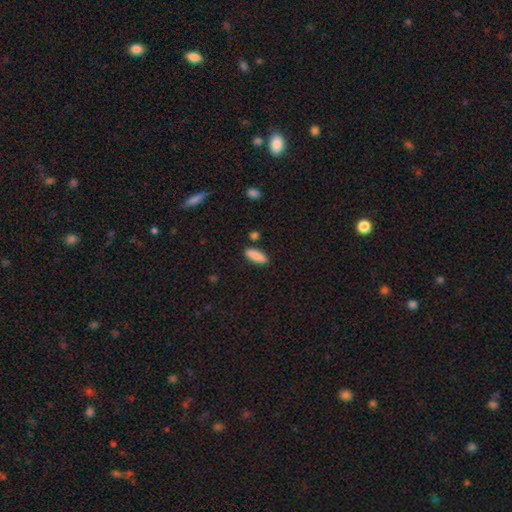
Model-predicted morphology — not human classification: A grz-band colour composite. It shows a smooth galaxy with no disk features (88%) that is in between round and cigar-shaped (52%). Merging: none (86%).